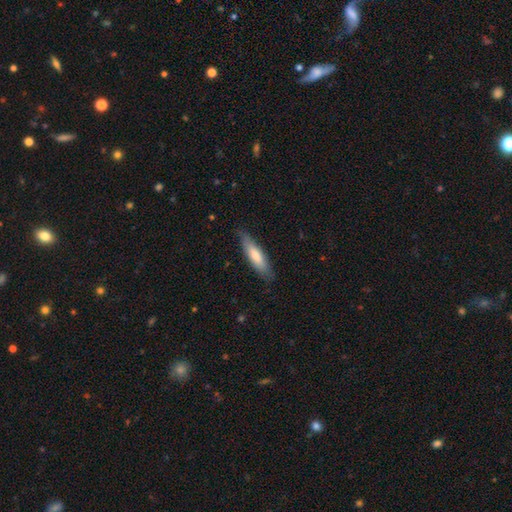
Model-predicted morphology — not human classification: This is likely a smooth galaxy (74%). How rounded: likely cigar-shaped (67%). Merging: likely none (79%).